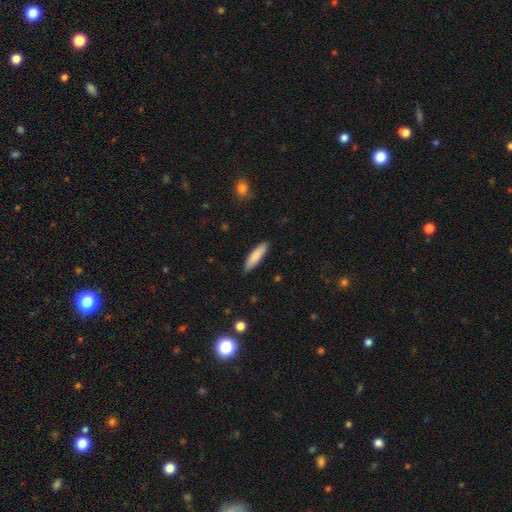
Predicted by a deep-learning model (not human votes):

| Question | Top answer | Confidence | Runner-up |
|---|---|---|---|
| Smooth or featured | smooth | 84% | featured or disk (10%) |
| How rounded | cigar-shaped | 67% | in between (31%) |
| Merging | none | 88% | minor disturbance (9%) |